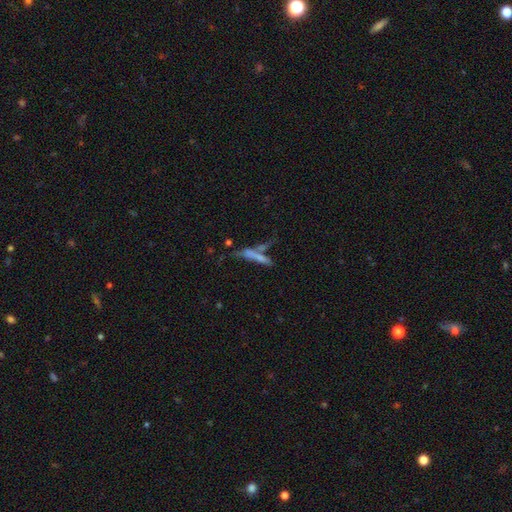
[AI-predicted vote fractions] Morphology: type=smooth (52%); roundness=cigar-shaped (85%); merging=none (38%).